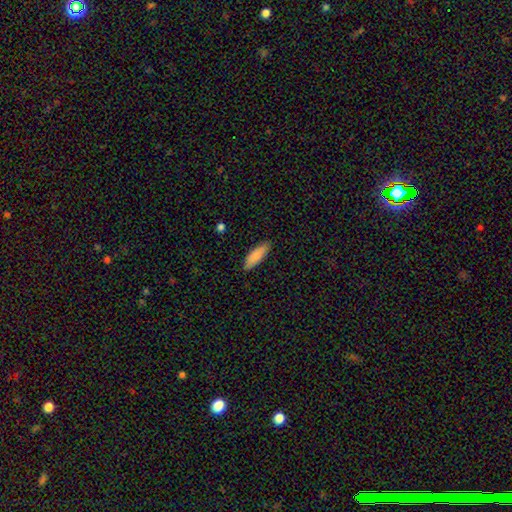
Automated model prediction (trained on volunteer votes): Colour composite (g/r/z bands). It shows a smooth galaxy with no disk features (85%) that is in between round and cigar-shaped (61%). Merging: none (87%).